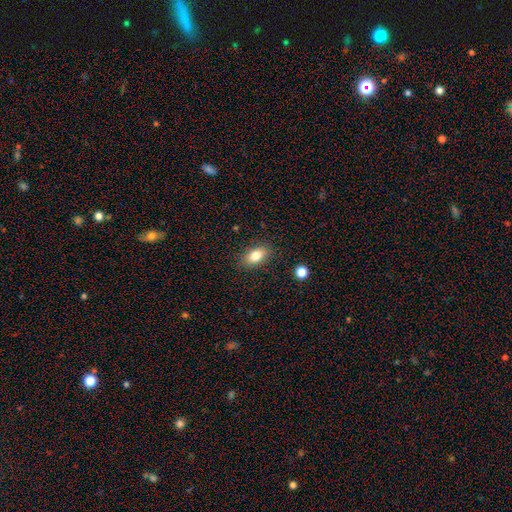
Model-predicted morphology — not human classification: Overall: smooth (82%). How rounded: in between (88%). Merging: none (86%).